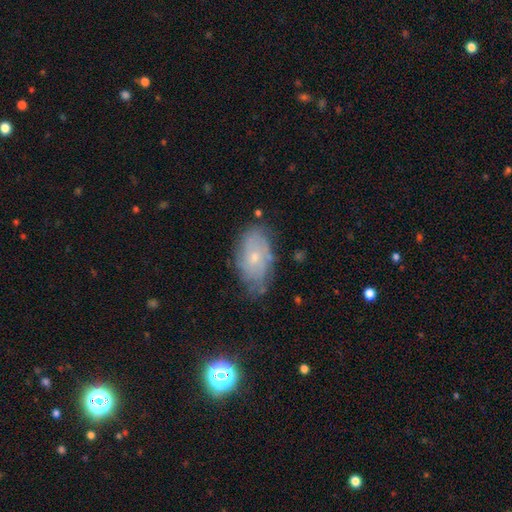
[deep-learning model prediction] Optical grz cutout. It shows a featured or disk galaxy (53%). Merging: none (62%).